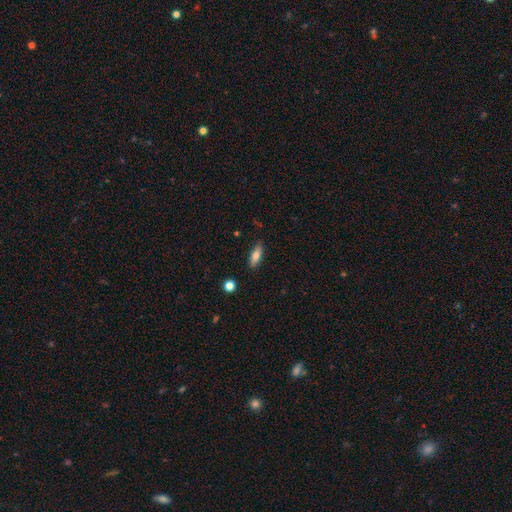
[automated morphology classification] smooth_or_featured: smooth (p=0.79) [alt: featured or disk p=0.14]
how_rounded: in between (p=0.64) [alt: cigar-shaped p=0.34]
merging: none (p=0.83) [alt: minor disturbance p=0.13]